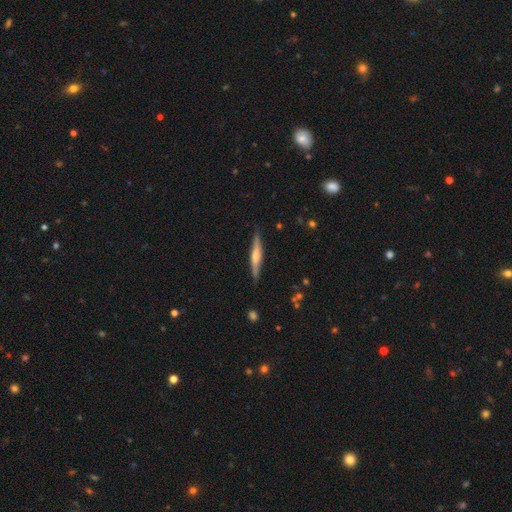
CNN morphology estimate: featured or disk 63%, smooth 31%, star or artifact 6%. Down the decision tree: edge-on disk — yes (96%); edge-on bulge — rounded (76%); merging — none (87%).